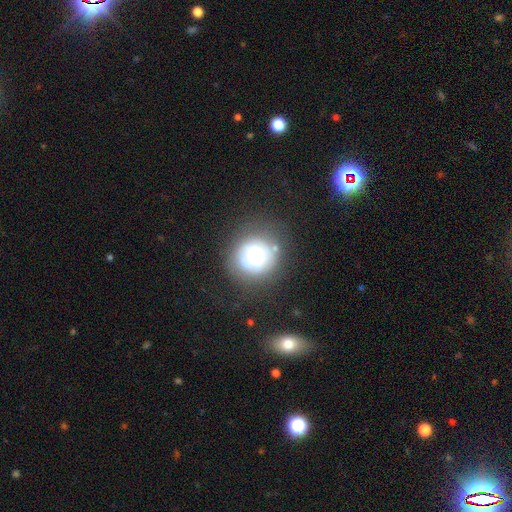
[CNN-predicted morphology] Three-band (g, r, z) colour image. It shows a smooth galaxy with no disk features (51%) that is round (90%). Merging: none (68%).